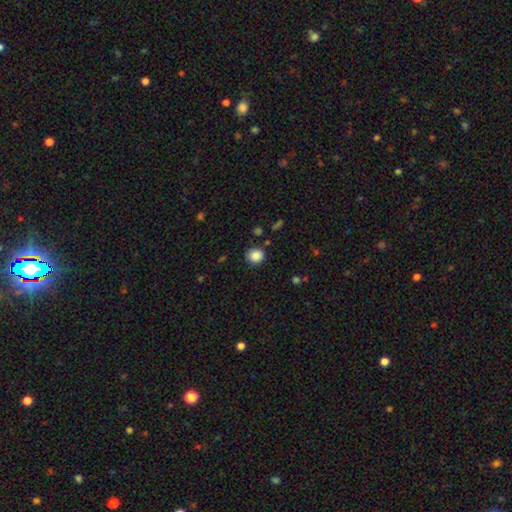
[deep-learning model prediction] Smooth or featured? smooth (87%)
How rounded? round (79%)
Merging? none (82%)